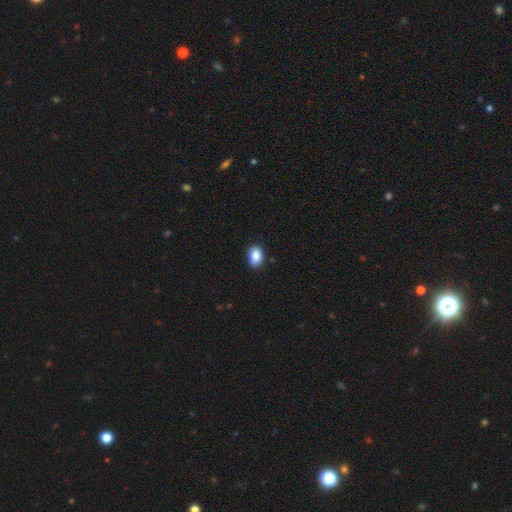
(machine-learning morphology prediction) This is clearly a smooth galaxy (87%). How rounded: clearly in between (82%). Merging: clearly none (85%).